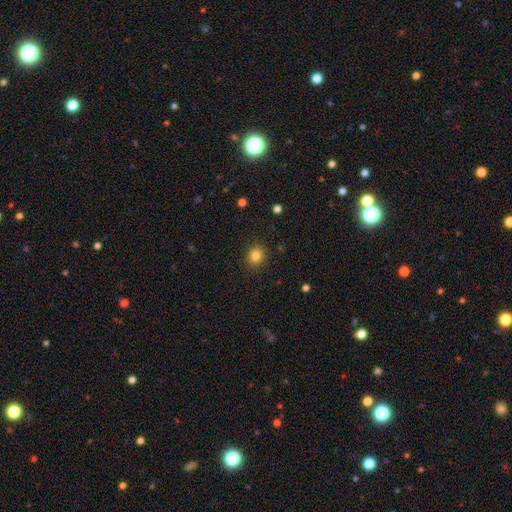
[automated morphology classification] smooth 83%, star or artifact 12%, featured or disk 5%. Down the decision tree: how rounded — round (87%); merging — none (90%).